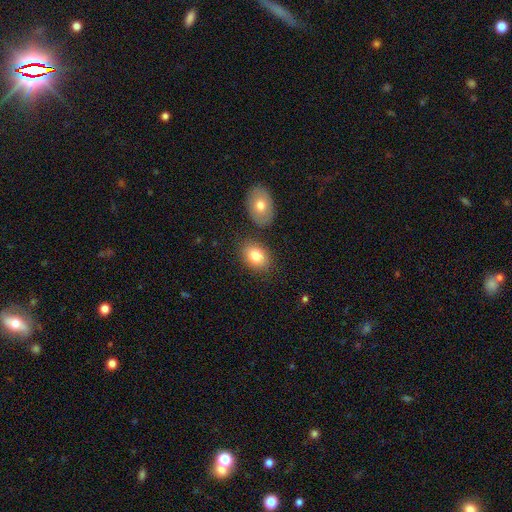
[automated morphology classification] This is clearly a smooth galaxy (80%). How rounded: likely in between (77%). Merging: likely none (75%).